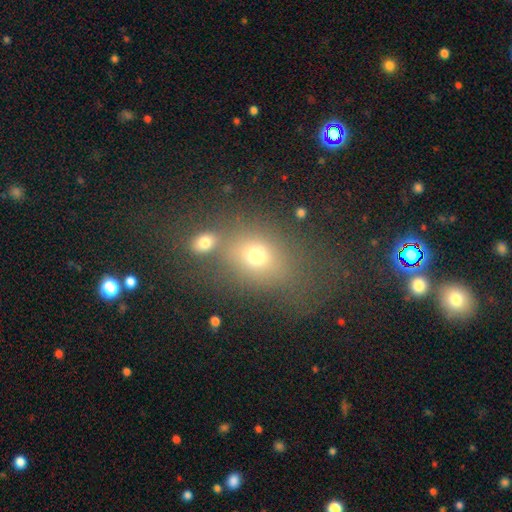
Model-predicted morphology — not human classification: Q: Smooth or featured?
A: smooth (62%); runner-up: star or artifact (23%)
Q: How rounded?
A: in between (54%); runner-up: round (44%)
Q: Merging?
A: none (48%); runner-up: merger (30%)